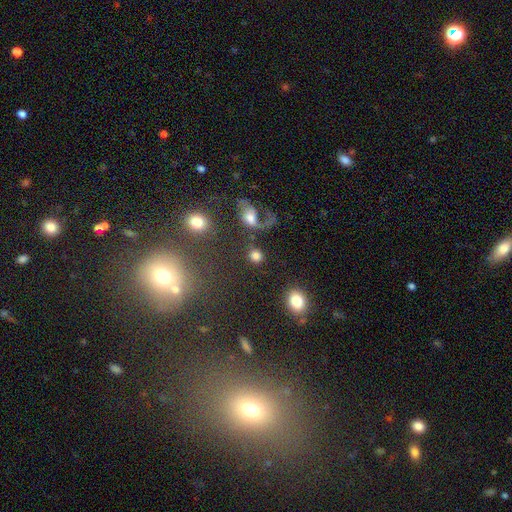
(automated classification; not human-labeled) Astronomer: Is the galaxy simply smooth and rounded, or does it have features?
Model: smooth — 79%.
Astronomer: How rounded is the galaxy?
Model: round — 83%.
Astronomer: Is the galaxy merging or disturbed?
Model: none — 68%.